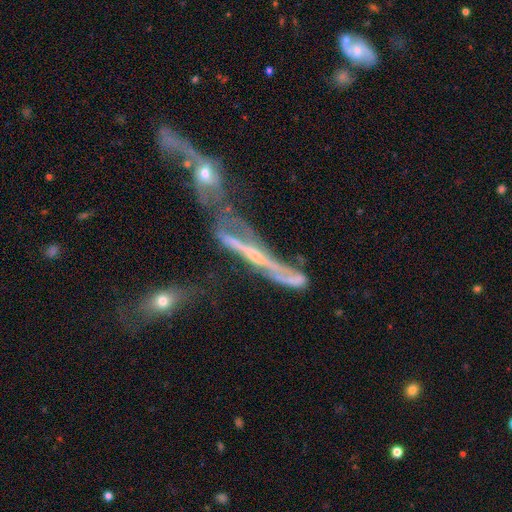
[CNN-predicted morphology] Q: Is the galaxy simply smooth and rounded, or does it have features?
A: featured or disk — 72%.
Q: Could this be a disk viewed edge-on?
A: yes — 57%.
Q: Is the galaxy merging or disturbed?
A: merger — 57%.